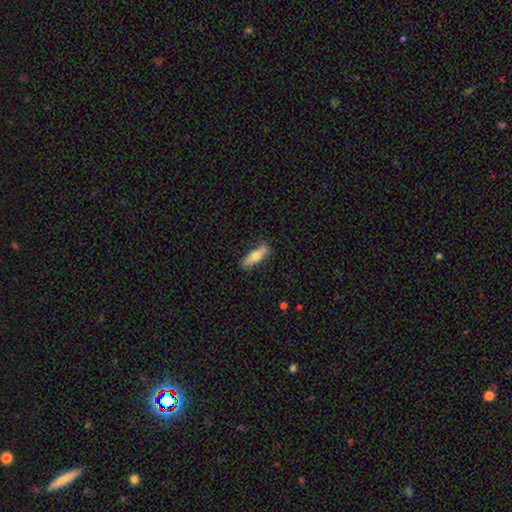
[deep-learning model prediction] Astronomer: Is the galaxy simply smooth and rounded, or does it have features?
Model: smooth — 66%.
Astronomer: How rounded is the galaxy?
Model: in between — 52% (runner-up: cigar-shaped, 46%).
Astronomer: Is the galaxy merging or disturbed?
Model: none — 81%.